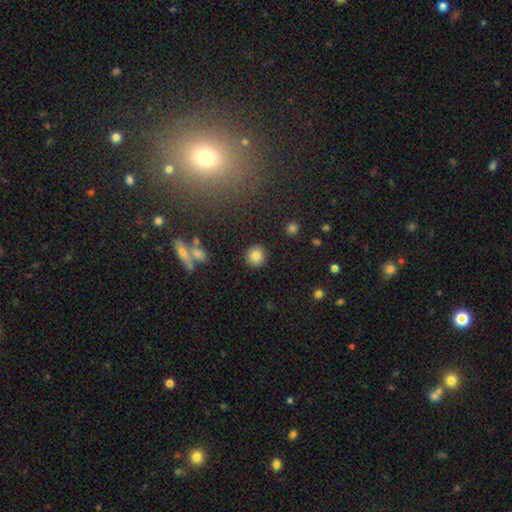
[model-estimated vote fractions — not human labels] Morphology: type=smooth (83%); roundness=round (92%); merging=none (90%).